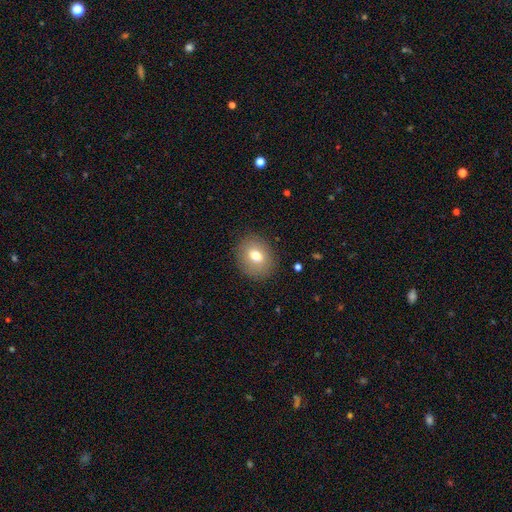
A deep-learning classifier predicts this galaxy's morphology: Overall: smooth (74%). How rounded: round (58%; in between 41%). Merging: none (86%).